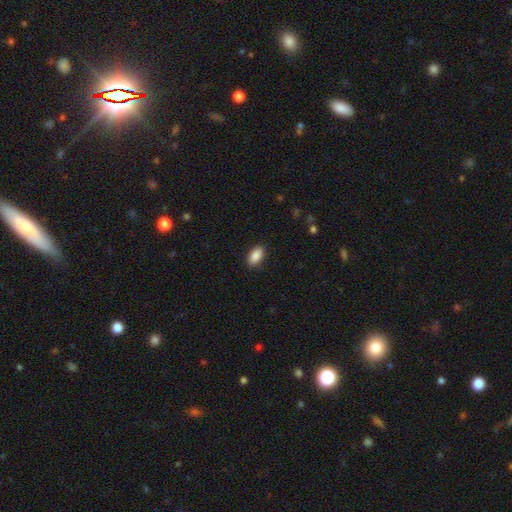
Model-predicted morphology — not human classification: A smooth galaxy with no disk features (89%) that is in between round and cigar-shaped (92%).

Vote fractions:
- Smooth or featured? smooth: 89% / star or artifact: 7% / featured or disk: 4%
- How rounded? in between: 92% / cigar-shaped: 5% / round: 3%
- Merging? none: 89% / minor disturbance: 8% / major disturbance: 2% / merger: 1%